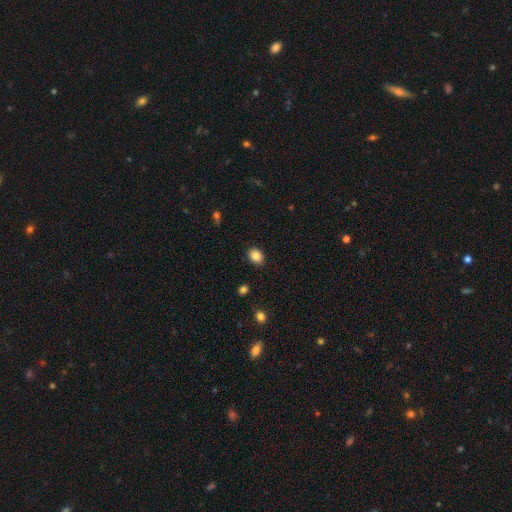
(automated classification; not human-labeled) Morphology: type=smooth (85%); roundness=in between (60%); merging=none (88%).